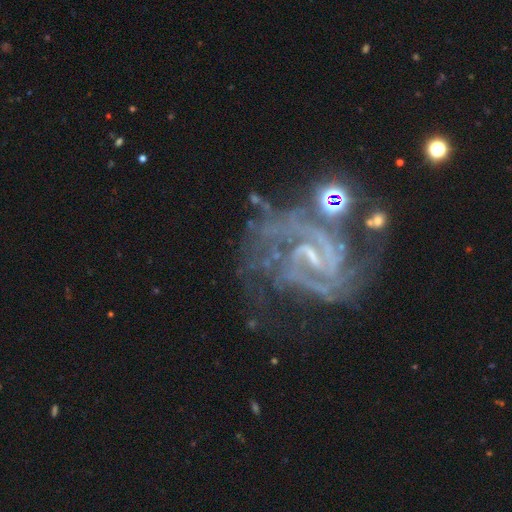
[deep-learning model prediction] This is clearly a featured or disk galaxy (84%). It is clearly not viewed edge-on (98%). Bar: possibly weak (47%). Spiral arm pattern: clearly yes (94%). Spiral arm count: marginally 2 (39%). Spiral winding: marginally tight (45%). Central bulge: likely small (64%). Merging: possibly none (49%).